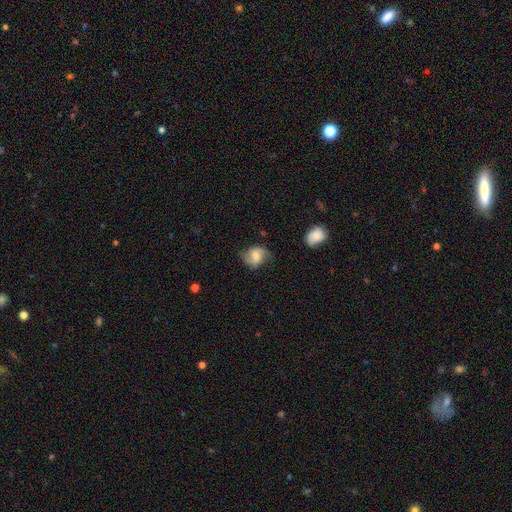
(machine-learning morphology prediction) smooth_or_featured: featured or disk (p=0.47) [alt: smooth p=0.44]
merging: none (p=0.64) [alt: minor disturbance p=0.26]